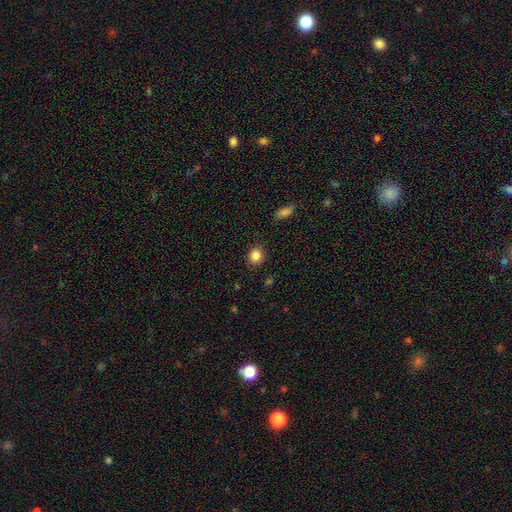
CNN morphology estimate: Smooth or featured? smooth (85%)
How rounded? round (74%)
Merging? none (88%)